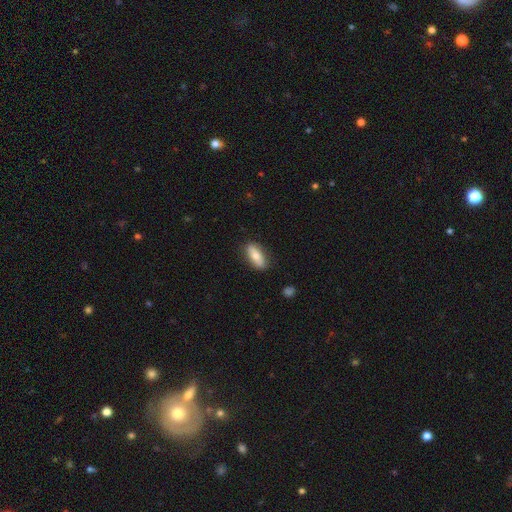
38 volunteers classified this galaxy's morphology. smooth_or_featured: smooth (p=0.66) [alt: featured or disk p=0.24]
how_rounded: in between (p=0.72) [alt: cigar-shaped p=0.28]
merging: none (p=0.82) [alt: minor disturbance p=0.18]